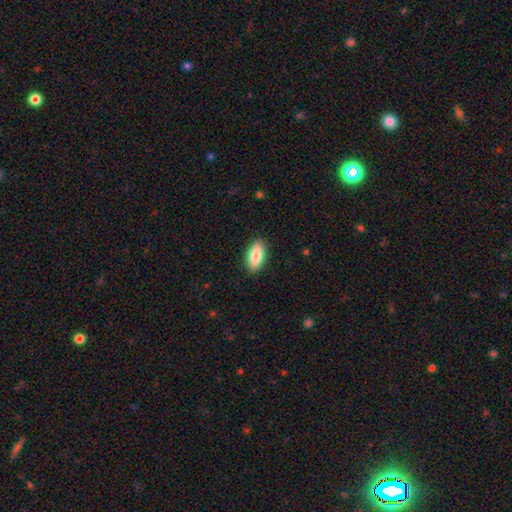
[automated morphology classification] smooth_or_featured: smooth (p=0.85) [alt: featured or disk p=0.08]
how_rounded: in between (p=0.90) [alt: cigar-shaped p=0.08]
merging: none (p=0.89) [alt: minor disturbance p=0.08]